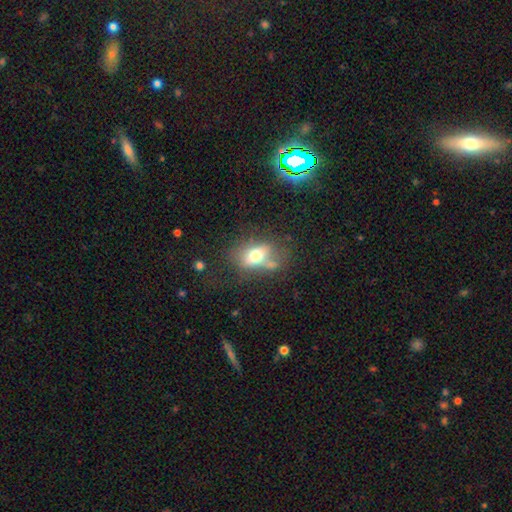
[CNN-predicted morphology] Q: Smooth or featured?
A: smooth (61%); runner-up: featured or disk (28%)
Q: How rounded?
A: in between (75%); runner-up: round (21%)
Q: Merging?
A: none (43%); runner-up: minor disturbance (24%)